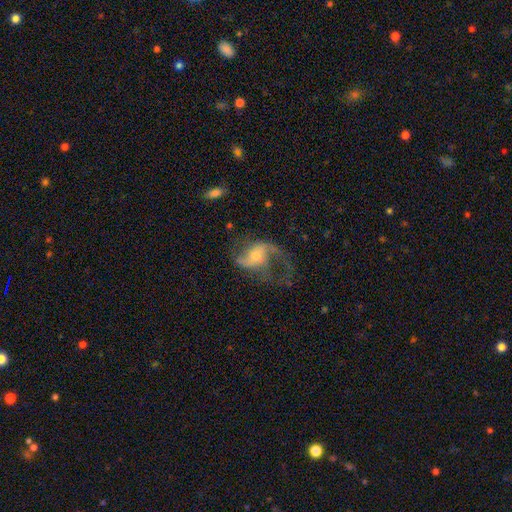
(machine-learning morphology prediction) smooth-or-featured: featured or disk: 82% | smooth: 11% | star or artifact: 7%
  disk-edge-on: no: 97% | yes: 3%
    bar: no: 44% | weak: 40% | strong: 16%
    has-spiral-arms: yes: 92% | no: 8%
      spiral-winding: loose: 63% | medium: 31% | tight: 6%
      spiral-arm-count: 2: 76% | 1: 13% | can't tell: 5% | 3: 3% | 4: 1% | more than 4: 1%
    bulge-size: small: 49% | moderate: 42% | large: 4% | none: 4% | dominant: 1%
  merging: none: 45% | major disturbance: 36% | minor disturbance: 17% | merger: 3%